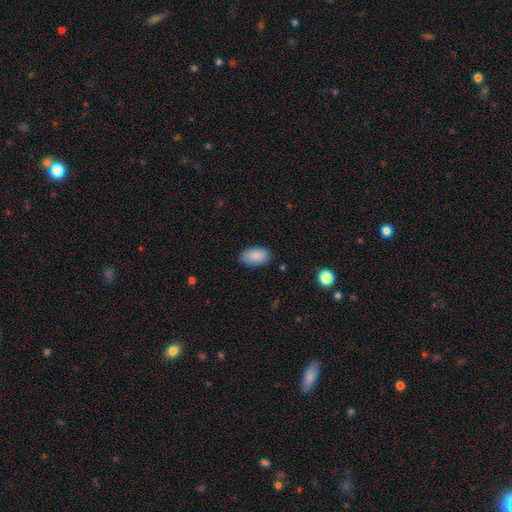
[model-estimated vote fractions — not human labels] Smooth or featured?
  - smooth: 88% *
  - star or artifact: 6%
  - featured or disk: 6%
How rounded?
  - in between: 94% *
  - round: 5%
  - cigar-shaped: 1%
Merging?
  - none: 85% *
  - minor disturbance: 12%
  - major disturbance: 2%
  - merger: 1%